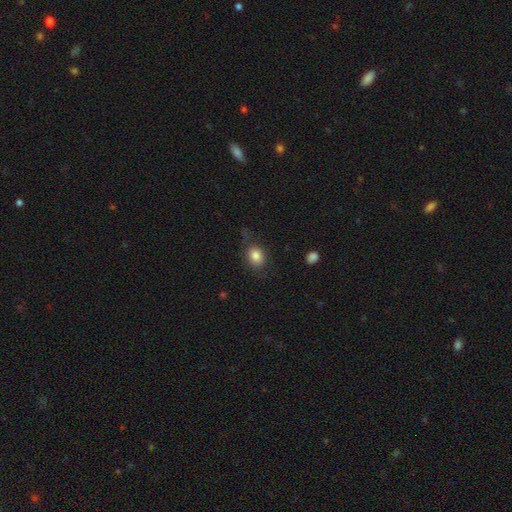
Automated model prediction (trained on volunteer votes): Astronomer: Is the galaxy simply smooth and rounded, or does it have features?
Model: smooth — 83%.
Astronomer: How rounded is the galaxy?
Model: in between — 59% (runner-up: round, 40%).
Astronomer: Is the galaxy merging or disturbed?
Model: none — 70%.